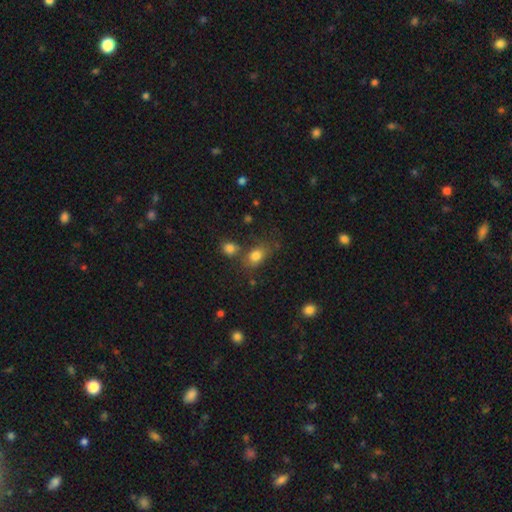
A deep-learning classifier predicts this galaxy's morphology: smooth 80%, star or artifact 11%, featured or disk 8%. Down the decision tree: how rounded — in between (76%); merging — none (59%).